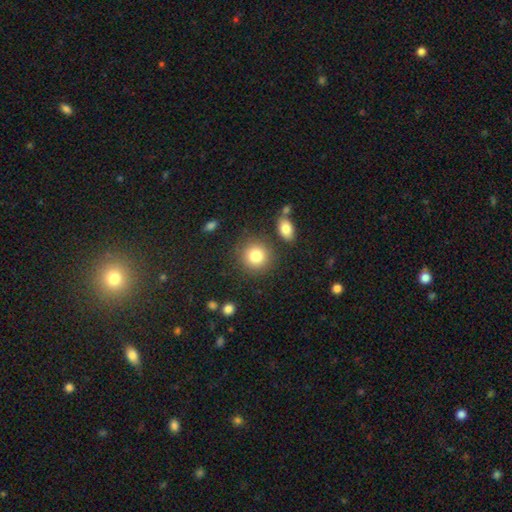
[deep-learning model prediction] Smooth or featured? Predicted: smooth (p=0.83). How rounded? Predicted: round (p=0.88). Merging? Predicted: none (p=0.82).